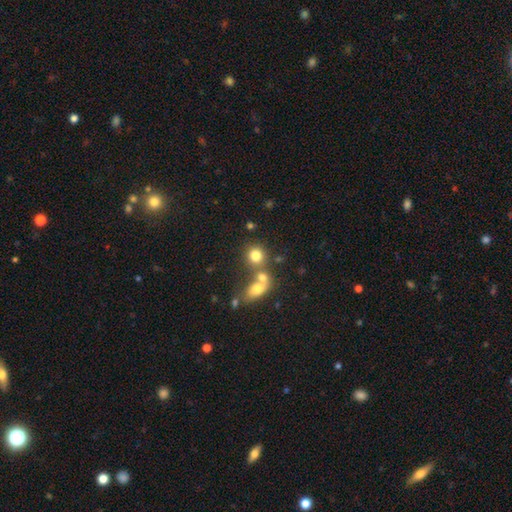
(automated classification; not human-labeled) Q: Smooth or featured?
A: smooth (78%); runner-up: star or artifact (12%)
Q: How rounded?
A: round (81%); runner-up: in between (18%)
Q: Merging?
A: none (51%); runner-up: merger (36%)